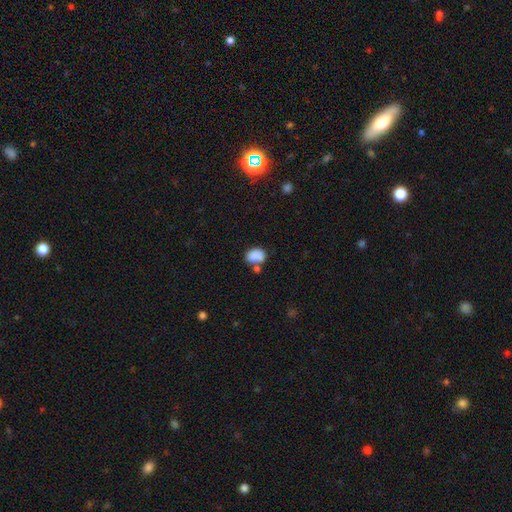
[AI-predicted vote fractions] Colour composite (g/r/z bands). It shows a smooth galaxy with no disk features (86%) that is in between round and cigar-shaped (76%). Merging: none (56%).